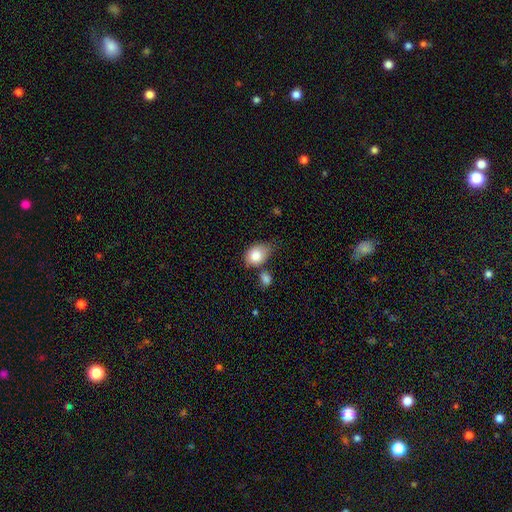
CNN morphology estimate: Smooth or featured? Predicted: smooth (p=0.83). How rounded? Predicted: in between (p=0.67). Merging? Predicted: none (p=0.41).